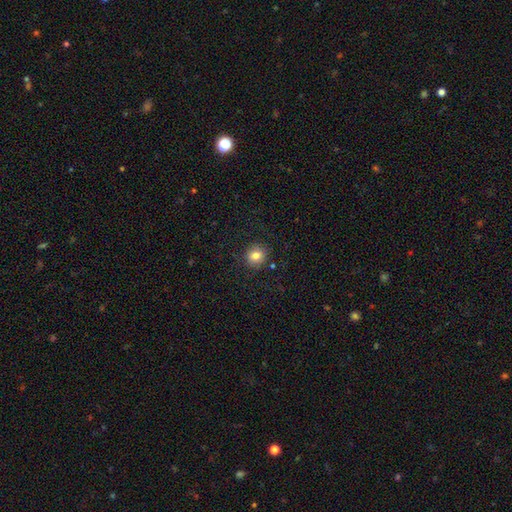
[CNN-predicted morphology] A smooth galaxy with no disk features (81%) that is round (89%).

Vote fractions:
- Smooth or featured? smooth: 81% / star or artifact: 11% / featured or disk: 8%
- How rounded? round: 89% / in between: 10% / cigar-shaped: 1%
- Merging? none: 88% / minor disturbance: 8% / major disturbance: 3% / merger: 1%